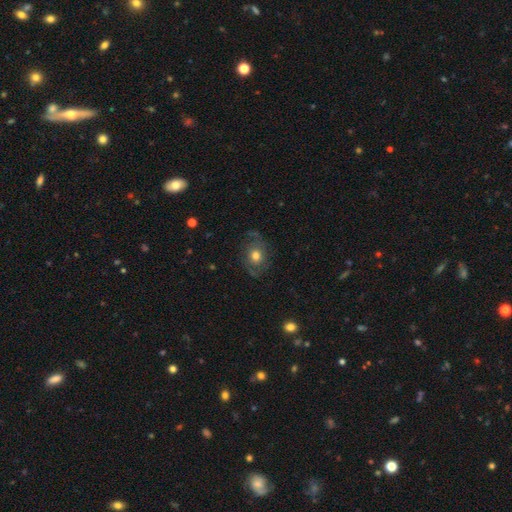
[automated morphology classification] Smooth or featured?
  - featured or disk: 52% *
  - smooth: 38%
  - star or artifact: 10%
Edge-on disk?
  - no: 95% *
  - yes: 5%
Merging?
  - none: 69% *
  - minor disturbance: 18%
  - major disturbance: 11%
  - merger: 1%